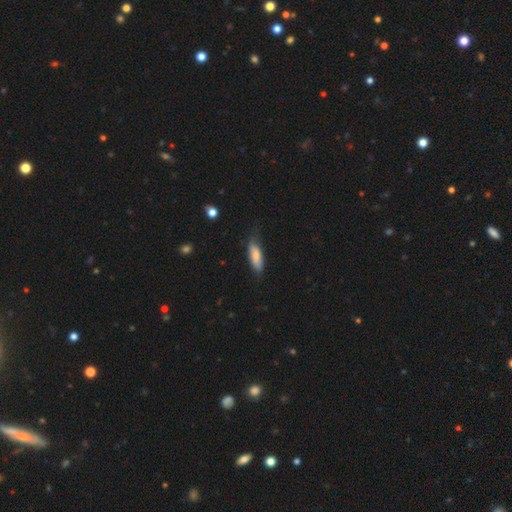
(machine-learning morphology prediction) Q: Smooth or featured?
A: smooth (79%); runner-up: featured or disk (15%)
Q: How rounded?
A: in between (60%); runner-up: cigar-shaped (38%)
Q: Merging?
A: none (64%); runner-up: minor disturbance (28%)